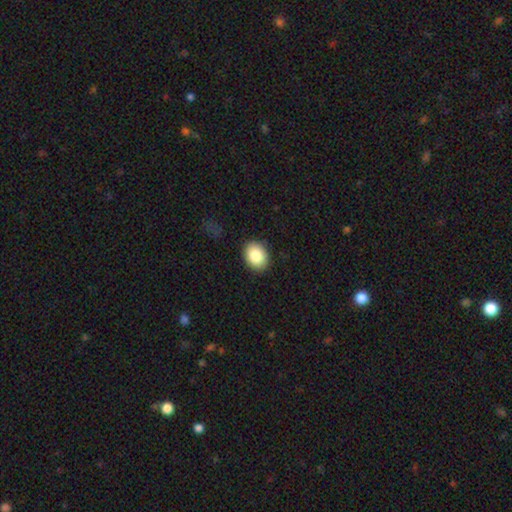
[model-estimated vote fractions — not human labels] This appears to be a smooth galaxy with no disk features (86%) that is in between round and cigar-shaped (65%). Merging: none (89%).